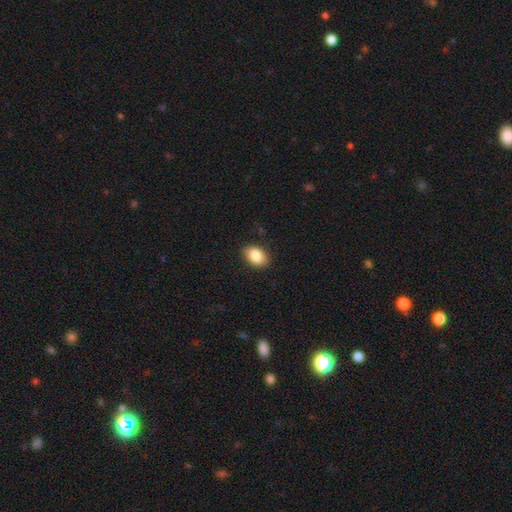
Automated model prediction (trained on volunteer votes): This is clearly a smooth galaxy (88%). How rounded: clearly in between (84%). Merging: clearly none (87%).